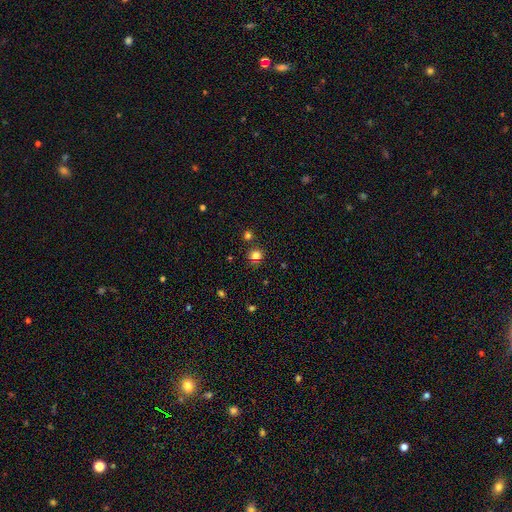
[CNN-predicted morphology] A smooth galaxy with no disk features (77%) that is round (87%). Merging: none (80%).